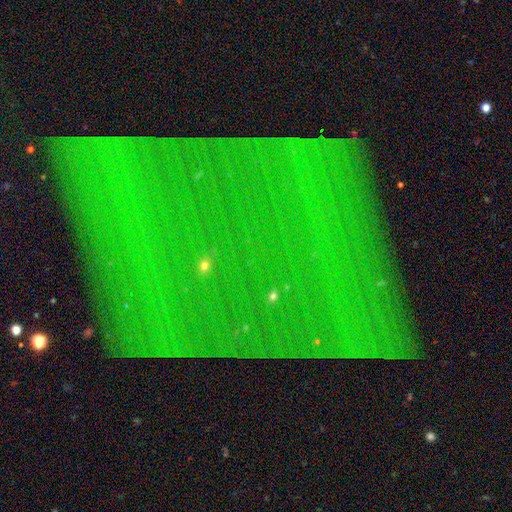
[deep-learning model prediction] This is clearly a star or artifact rather than a galaxy (84%).